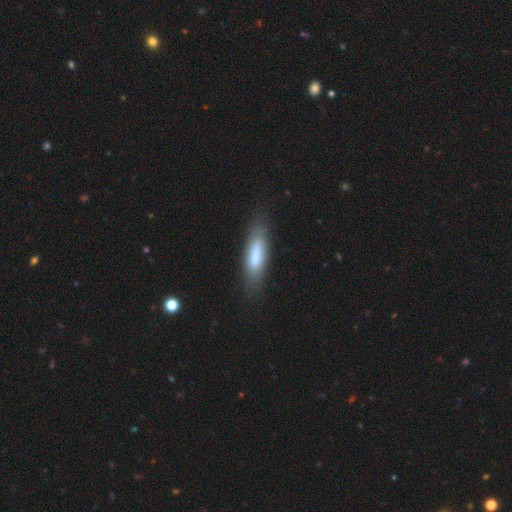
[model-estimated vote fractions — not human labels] Morphology: type=smooth (77%); roundness=cigar-shaped (55%); merging=none (81%).